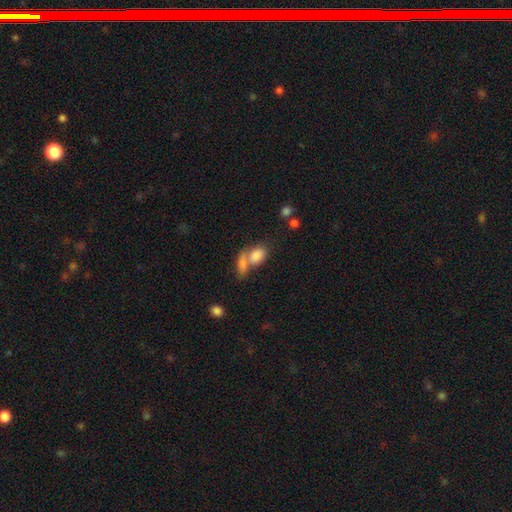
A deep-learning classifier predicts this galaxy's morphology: This is clearly a smooth galaxy (82%). How rounded: clearly in between (82%). Merging: possibly merger (54%).